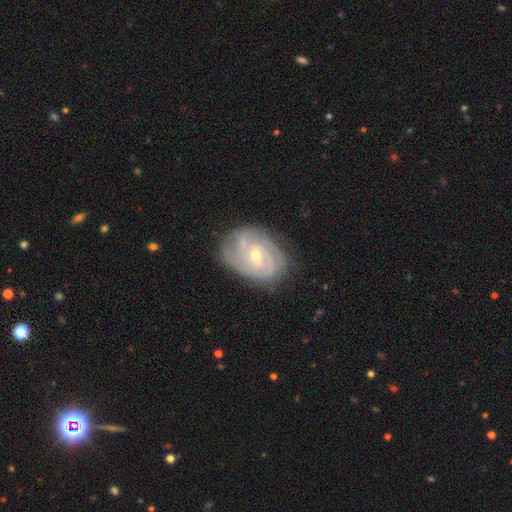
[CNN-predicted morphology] Overall: featured or disk (86%). Edge-on disk: no (97%). Bar: no (50%; weak 40%). Spiral arms: yes (96%). Spiral arm count: 3 (30%; 2 26%). Spiral winding: tight (71%). Bulge size: small (57%; moderate 40%). Merging: none (72%).